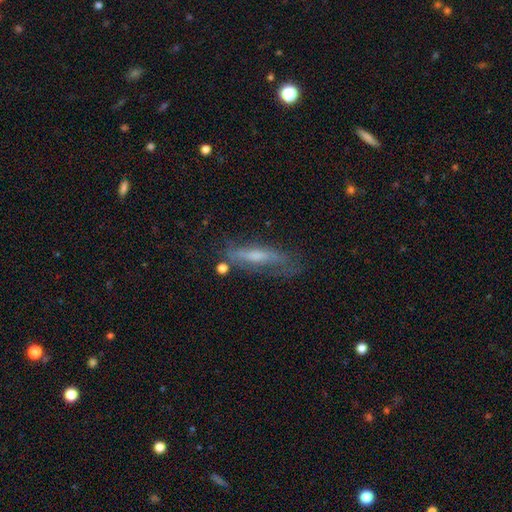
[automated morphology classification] smooth-or-featured: featured or disk: 51% | smooth: 39% | star or artifact: 10%
  disk-edge-on: yes: 58% | no: 42%
  merging: none: 55% | minor disturbance: 25% | major disturbance: 15% | merger: 5%